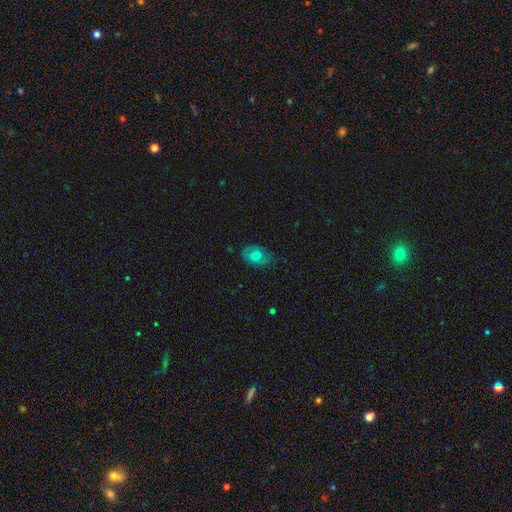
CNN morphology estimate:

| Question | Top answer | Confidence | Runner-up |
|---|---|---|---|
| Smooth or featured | smooth | 67% | featured or disk (25%) |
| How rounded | in between | 81% | round (18%) |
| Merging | none | 69% | minor disturbance (24%) |